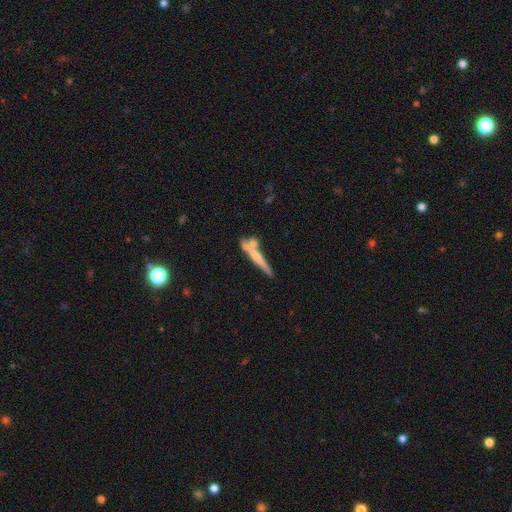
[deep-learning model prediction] Overall: featured or disk (47%; smooth 46%). Merging: none (53%; merger 26%).